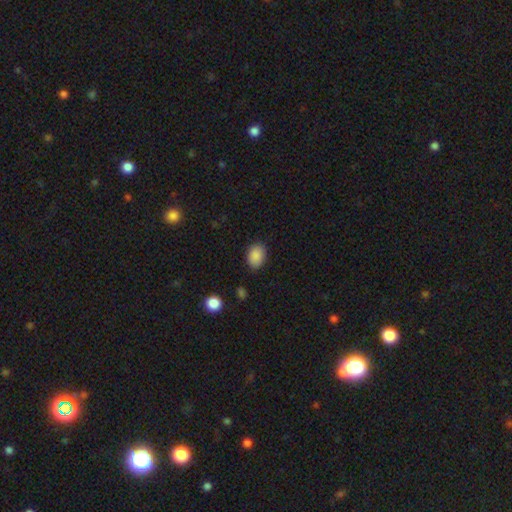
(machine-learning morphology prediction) Q: Smooth or featured?
A: smooth (88%); runner-up: star or artifact (8%)
Q: How rounded?
A: in between (74%); runner-up: round (25%)
Q: Merging?
A: none (85%); runner-up: minor disturbance (11%)